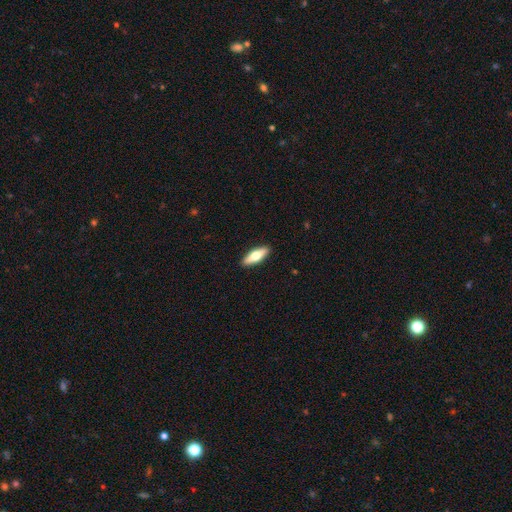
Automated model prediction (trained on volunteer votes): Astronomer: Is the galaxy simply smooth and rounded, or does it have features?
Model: smooth — 52% (runner-up: featured or disk, 42%).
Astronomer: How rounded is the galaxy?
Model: cigar-shaped — 52% (runner-up: in between, 45%).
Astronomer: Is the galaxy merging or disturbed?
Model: none — 91%.